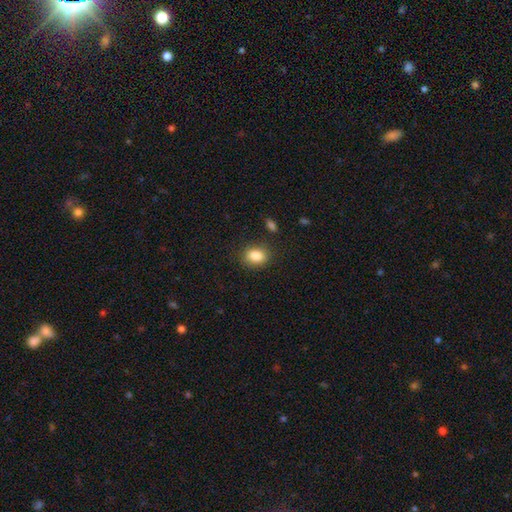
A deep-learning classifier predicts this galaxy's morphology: Smooth or featured? Predicted: smooth (p=0.86). How rounded? Predicted: in between (p=0.62). Merging? Predicted: none (p=0.84).